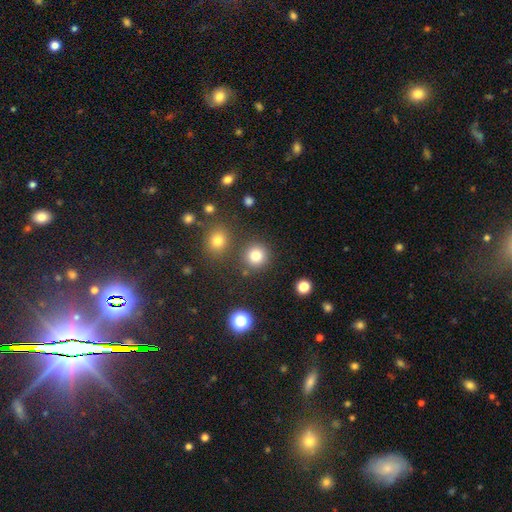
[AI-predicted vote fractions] Overall: smooth (81%). How rounded: round (92%). Merging: none (83%).